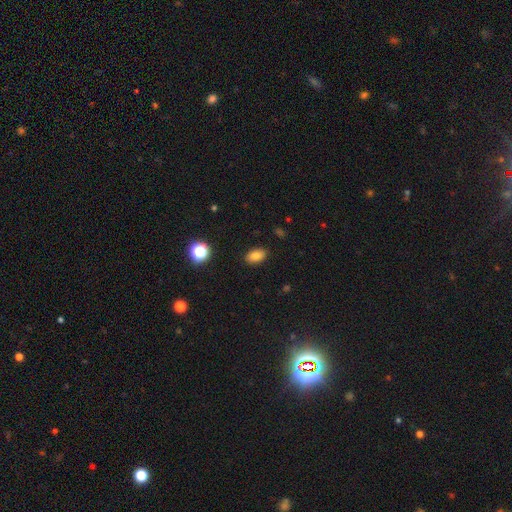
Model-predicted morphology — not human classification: Q: Smooth or featured?
A: smooth (82%); runner-up: star or artifact (11%)
Q: How rounded?
A: in between (89%); runner-up: round (9%)
Q: Merging?
A: none (88%); runner-up: minor disturbance (8%)